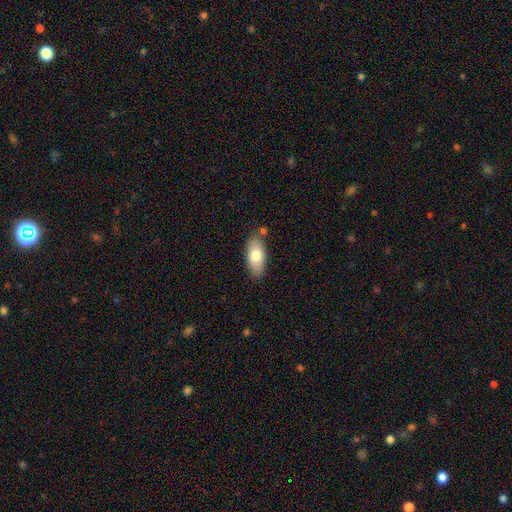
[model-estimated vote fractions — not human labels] A smooth galaxy with no disk features (76%) that is in between round and cigar-shaped (87%). Merging: none (79%).